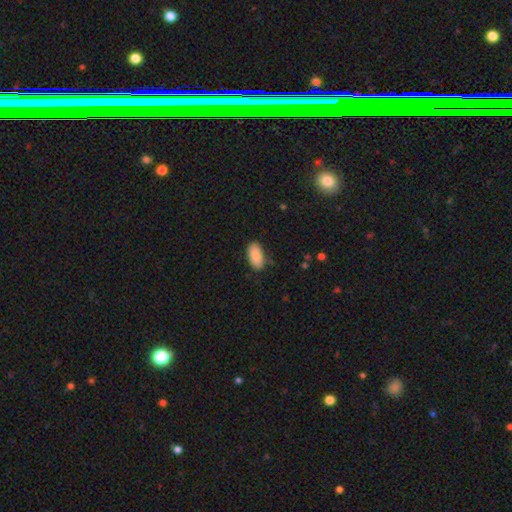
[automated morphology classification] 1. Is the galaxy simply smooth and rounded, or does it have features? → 87% smooth, 7% star or artifact, 6% featured or disk.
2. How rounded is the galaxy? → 94% in between, 4% cigar-shaped, 2% round.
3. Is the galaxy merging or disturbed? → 82% none, 14% minor disturbance, 3% major disturbance, 2% merger.